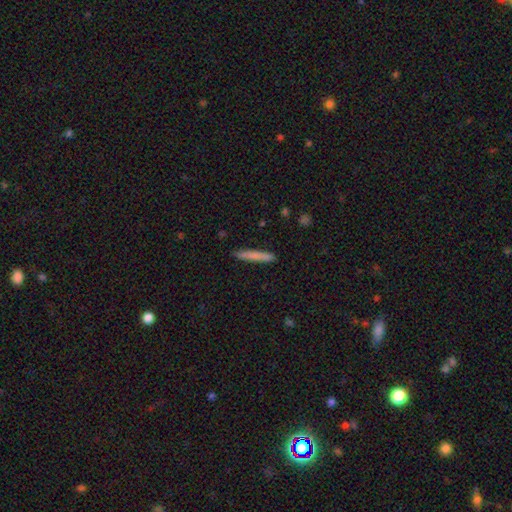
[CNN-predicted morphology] Q: Smooth or featured?
A: smooth (76%); runner-up: featured or disk (17%)
Q: How rounded?
A: cigar-shaped (95%); runner-up: in between (4%)
Q: Merging?
A: none (88%); runner-up: minor disturbance (9%)